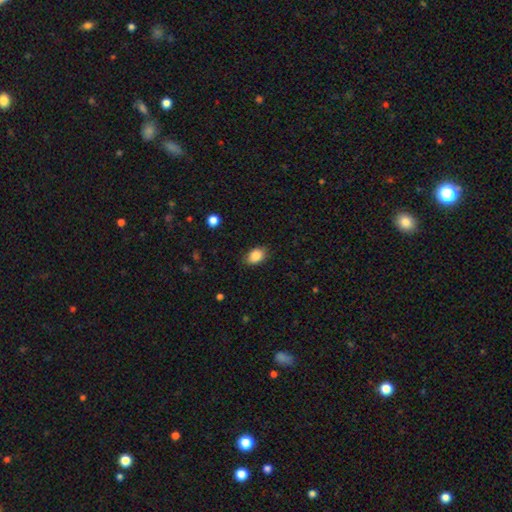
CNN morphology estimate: smooth-or-featured: smooth: 88% | star or artifact: 8% | featured or disk: 4%
  how-rounded: in between: 80% | round: 19% | cigar-shaped: 1%
  merging: none: 82% | minor disturbance: 14% | major disturbance: 3% | merger: 1%